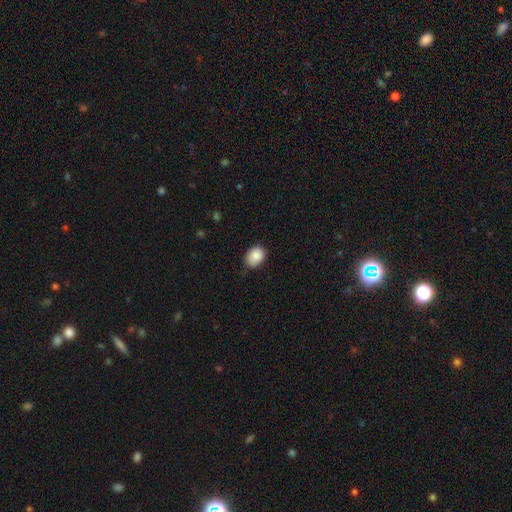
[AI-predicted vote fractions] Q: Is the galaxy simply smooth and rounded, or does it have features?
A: smooth — 88%.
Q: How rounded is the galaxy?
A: in between — 63%.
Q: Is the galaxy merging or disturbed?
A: none — 72%.